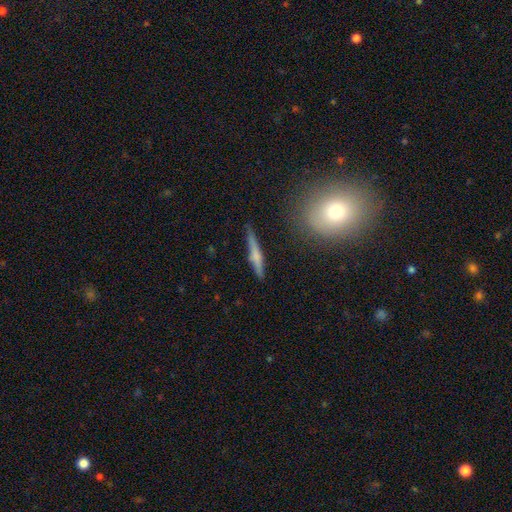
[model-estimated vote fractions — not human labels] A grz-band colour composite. It shows a smooth galaxy with no disk features (50%). Merging: none (79%).